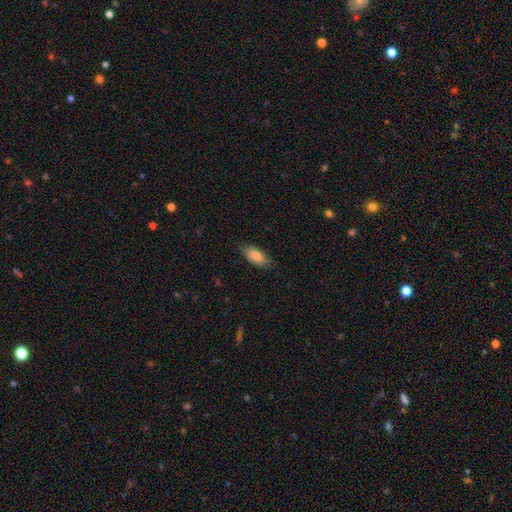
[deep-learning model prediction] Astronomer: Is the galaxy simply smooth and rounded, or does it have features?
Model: smooth — 85%.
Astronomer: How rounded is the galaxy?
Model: in between — 88%.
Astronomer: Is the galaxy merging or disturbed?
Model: none — 78%.